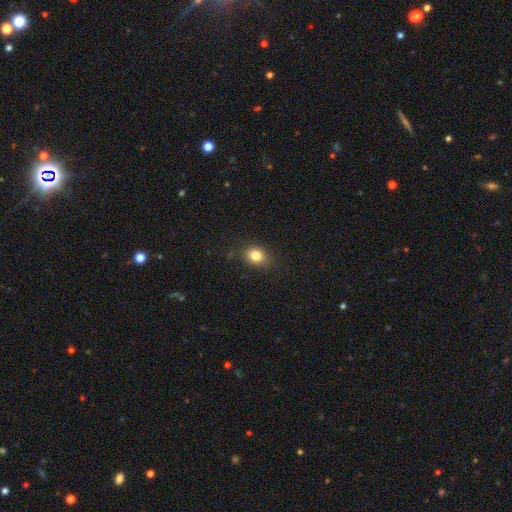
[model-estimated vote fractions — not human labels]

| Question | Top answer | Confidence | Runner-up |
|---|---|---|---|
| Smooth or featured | smooth | 82% | star or artifact (11%) |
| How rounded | round | 59% | in between (40%) |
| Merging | none | 84% | minor disturbance (12%) |